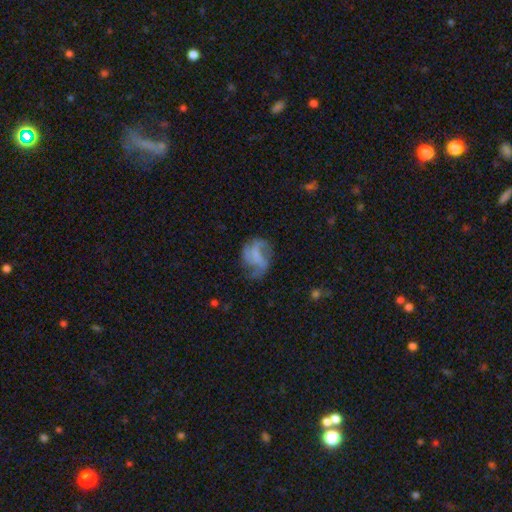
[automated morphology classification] type=featured or disk (63%); edge-on=no (98%); bar=no (48%); spiral arms=yes (81%); bulge=none (64%); merging=none (50%).